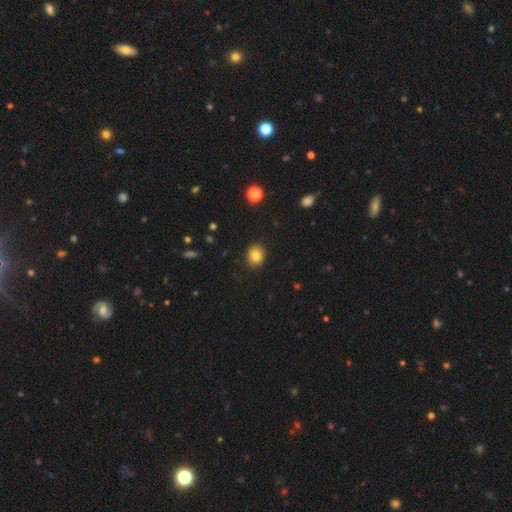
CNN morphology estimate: This is clearly a smooth galaxy (82%). How rounded: likely round (73%). Merging: clearly none (89%).